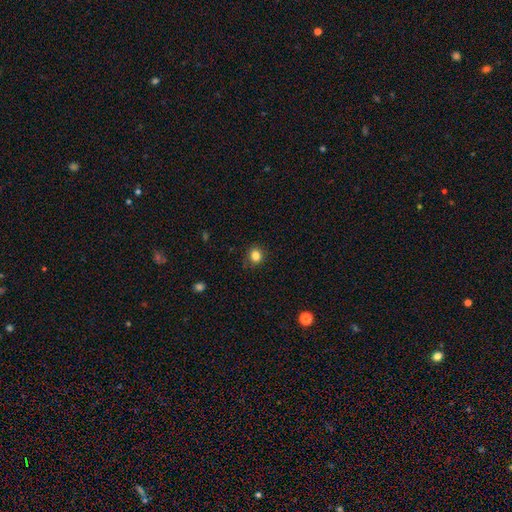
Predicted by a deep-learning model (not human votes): smooth-or-featured: smooth: 84% | star or artifact: 12% | featured or disk: 5%
  how-rounded: round: 80% | in between: 19% | cigar-shaped: 1%
  merging: none: 88% | minor disturbance: 9% | major disturbance: 2% | merger: 1%